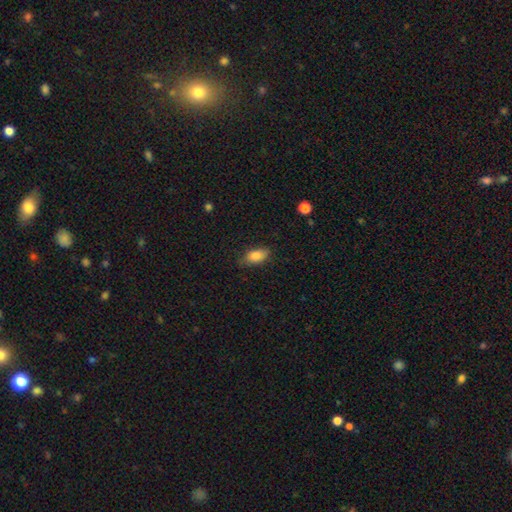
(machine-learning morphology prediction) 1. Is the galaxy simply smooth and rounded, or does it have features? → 84% smooth, 9% featured or disk, 8% star or artifact.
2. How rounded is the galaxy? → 87% in between, 8% cigar-shaped, 5% round.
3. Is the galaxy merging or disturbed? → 74% none, 20% minor disturbance, 4% major disturbance, 1% merger.